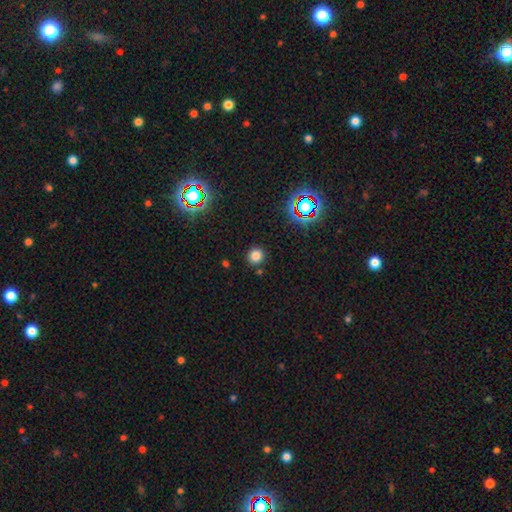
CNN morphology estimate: This appears to be a smooth galaxy with no disk features (78%) that is round (89%). Merging: none (87%).